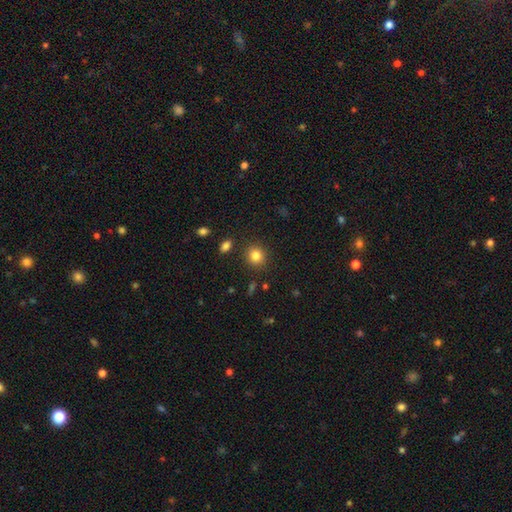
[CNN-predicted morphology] Overall: smooth (83%). How rounded: round (85%). Merging: none (88%).